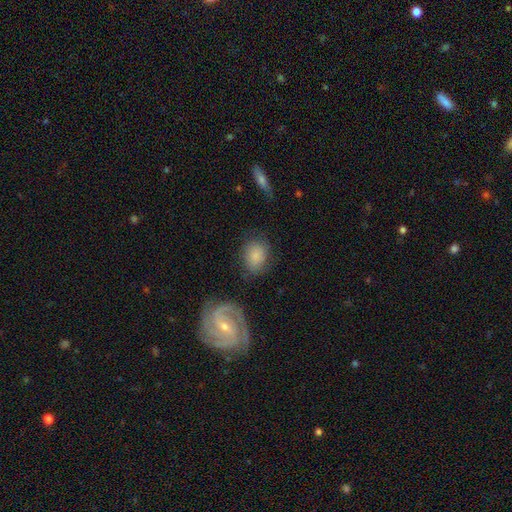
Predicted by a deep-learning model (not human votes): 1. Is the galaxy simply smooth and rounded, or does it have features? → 74% smooth, 16% featured or disk, 9% star or artifact.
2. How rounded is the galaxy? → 57% in between, 41% round, 1% cigar-shaped.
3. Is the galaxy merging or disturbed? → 70% none, 18% minor disturbance, 7% major disturbance, 4% merger.